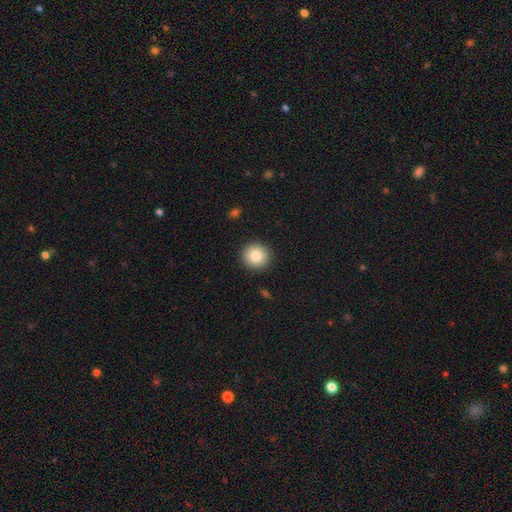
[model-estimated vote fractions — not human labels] This is clearly a smooth galaxy (85%). How rounded: clearly round (93%). Merging: clearly none (92%).